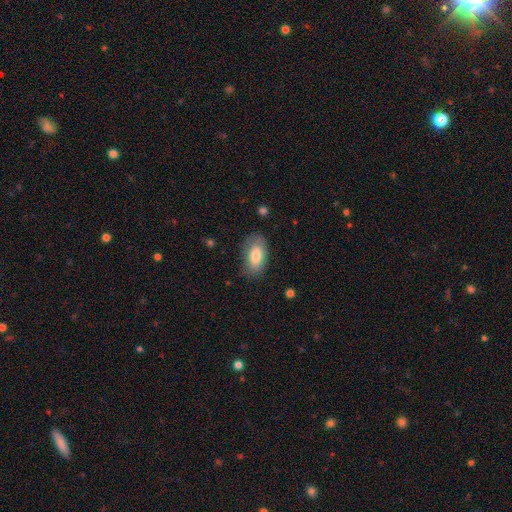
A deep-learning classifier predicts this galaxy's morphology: A smooth galaxy with no disk features (80%) that is in between round and cigar-shaped (93%).

Vote fractions:
- Smooth or featured? smooth: 80% / featured or disk: 14% / star or artifact: 6%
- How rounded? in between: 93% / round: 4% / cigar-shaped: 4%
- Merging? none: 75% / minor disturbance: 19% / major disturbance: 5% / merger: 1%